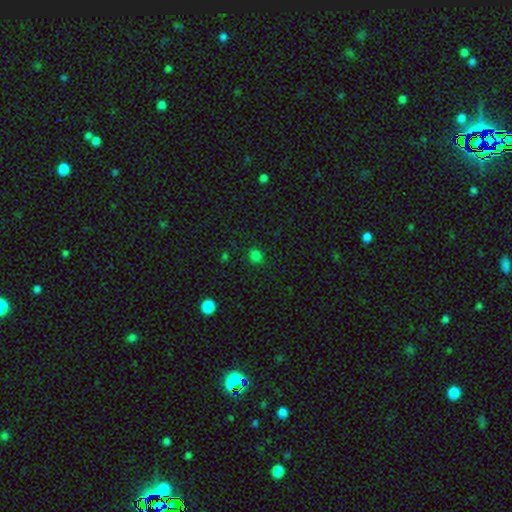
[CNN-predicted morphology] type=smooth (79%); roundness=round (80%); merging=none (87%).